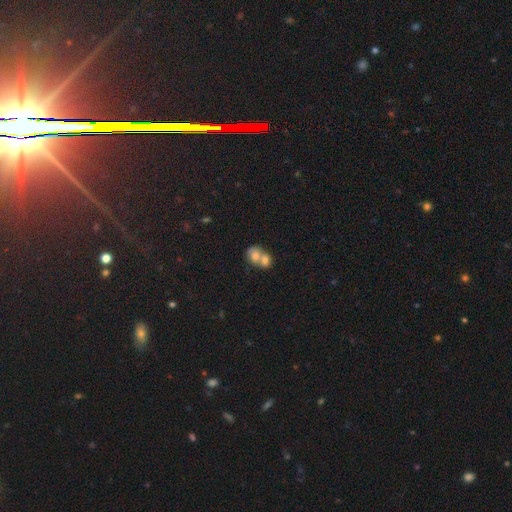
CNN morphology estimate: Smooth or featured? smooth (70%)
How rounded? in between (50%)
Merging? merger (75%)